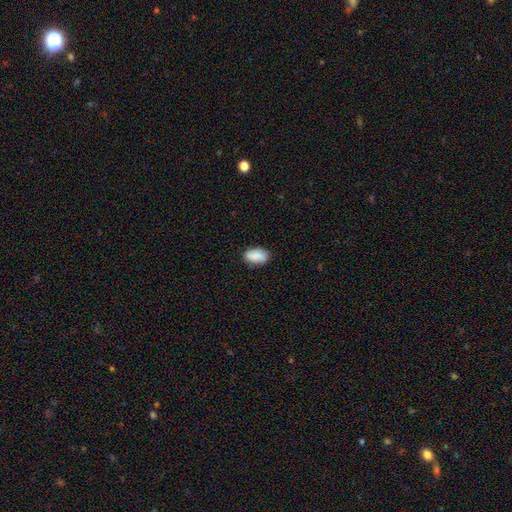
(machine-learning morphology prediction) smooth_or_featured: smooth (p=0.86) [alt: star or artifact p=0.07]
how_rounded: in between (p=0.91) [alt: round p=0.06]
merging: none (p=0.83) [alt: minor disturbance p=0.13]